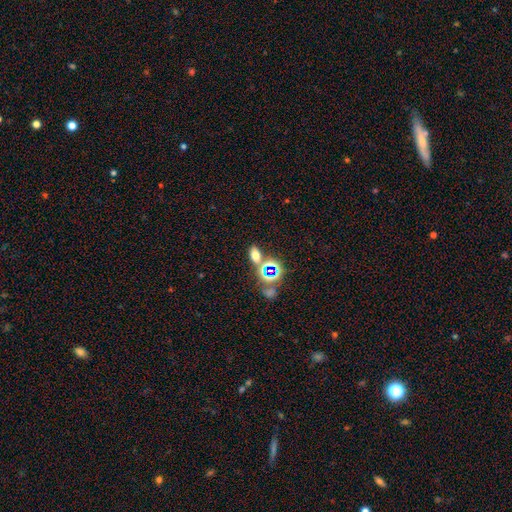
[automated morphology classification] Q: Smooth or featured?
A: smooth (58%); runner-up: star or artifact (29%)
Q: How rounded?
A: in between (82%); runner-up: round (13%)
Q: Merging?
A: none (68%); runner-up: merger (18%)